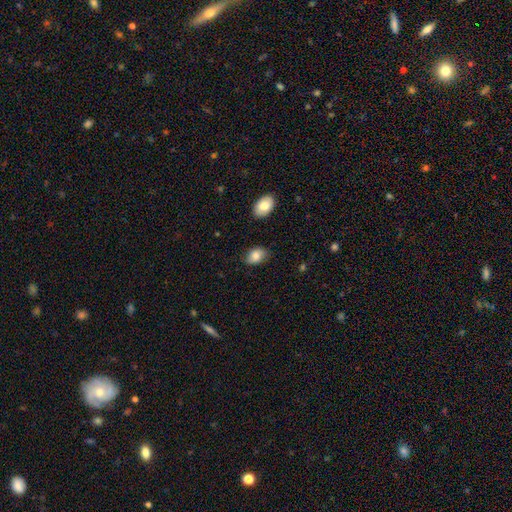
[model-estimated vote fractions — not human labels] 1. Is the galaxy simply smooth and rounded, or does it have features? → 82% smooth, 11% featured or disk, 7% star or artifact.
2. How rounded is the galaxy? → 87% in between, 12% round, 1% cigar-shaped.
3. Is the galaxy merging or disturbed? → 76% none, 18% minor disturbance, 3% major disturbance, 2% merger.